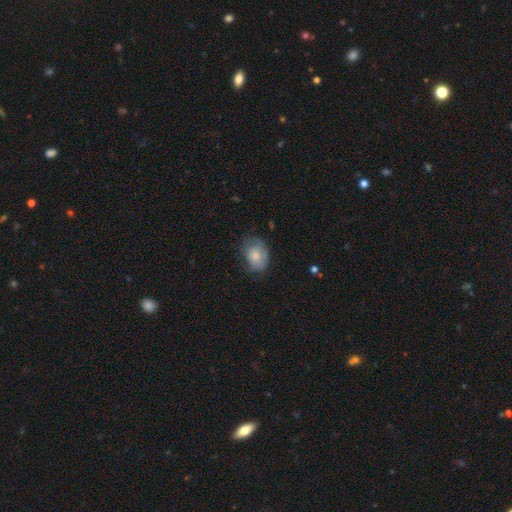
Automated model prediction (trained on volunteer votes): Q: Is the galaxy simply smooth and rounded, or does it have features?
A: smooth — 76%.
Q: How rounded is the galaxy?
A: in between — 69%.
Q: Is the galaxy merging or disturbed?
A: none — 61%.